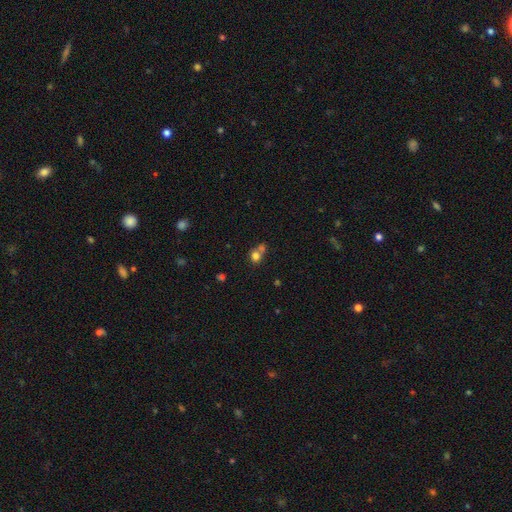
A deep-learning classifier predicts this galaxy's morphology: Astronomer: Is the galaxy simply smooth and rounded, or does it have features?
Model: smooth — 76%.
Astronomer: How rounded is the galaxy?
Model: round — 78%.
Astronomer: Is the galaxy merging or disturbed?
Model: merger — 45% (runner-up: none, 43%).